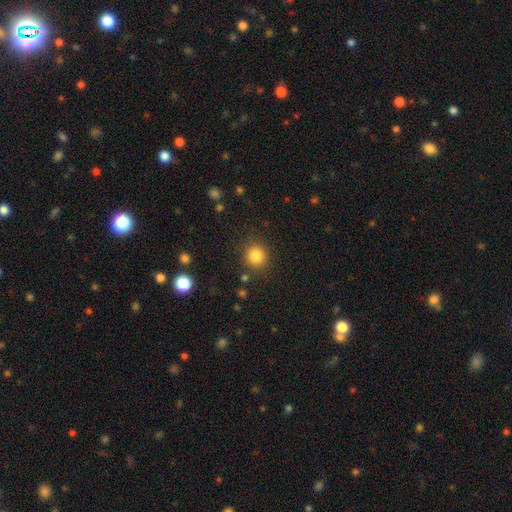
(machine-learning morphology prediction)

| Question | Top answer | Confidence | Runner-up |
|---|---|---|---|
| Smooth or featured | smooth | 84% | star or artifact (11%) |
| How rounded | round | 89% | in between (11%) |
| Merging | none | 88% | minor disturbance (7%) |